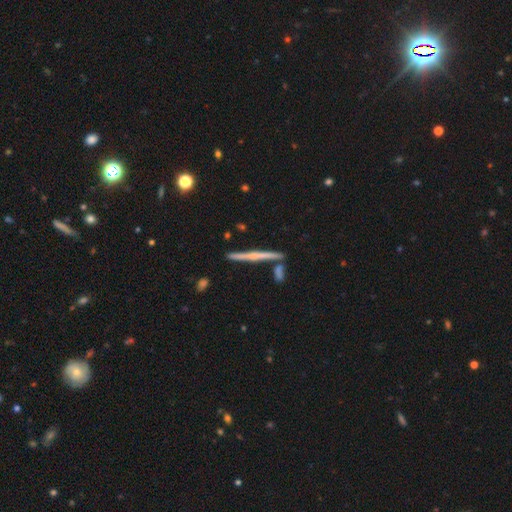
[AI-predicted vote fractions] Overall: featured or disk (66%; smooth 28%). Edge-on disk: yes (98%). Edge-on bulge: rounded (47%; none 46%). Merging: none (85%).